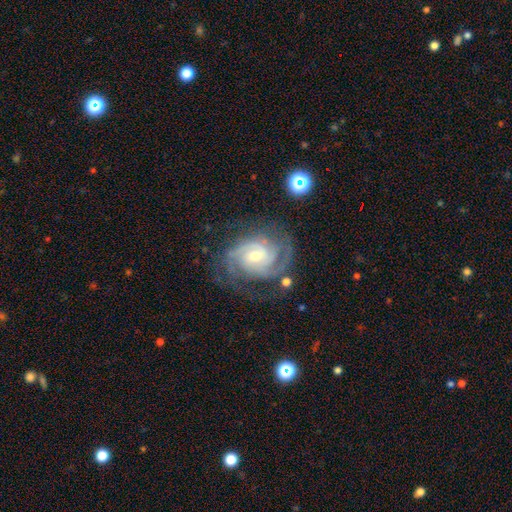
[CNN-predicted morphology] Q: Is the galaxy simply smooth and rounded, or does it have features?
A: featured or disk — 89%.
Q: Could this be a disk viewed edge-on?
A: no — 97%.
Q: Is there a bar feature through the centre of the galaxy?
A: no — 54%.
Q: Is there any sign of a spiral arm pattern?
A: yes — 98%.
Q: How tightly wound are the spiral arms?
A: tight — 63%.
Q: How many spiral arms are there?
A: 3 — 33%.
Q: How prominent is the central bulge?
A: moderate — 51%.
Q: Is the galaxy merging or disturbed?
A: none — 67%.